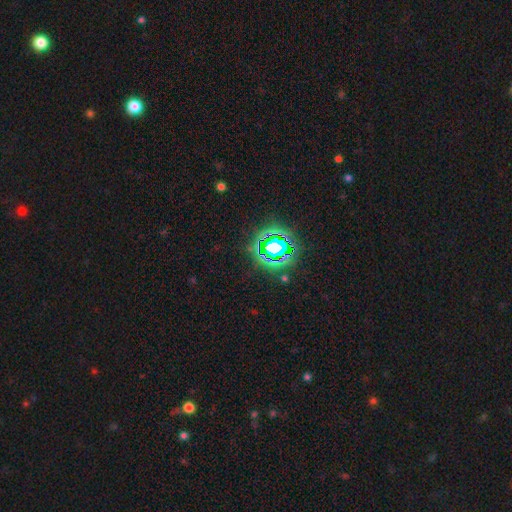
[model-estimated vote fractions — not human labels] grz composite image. It shows a star or artifact, not a galaxy (83%).